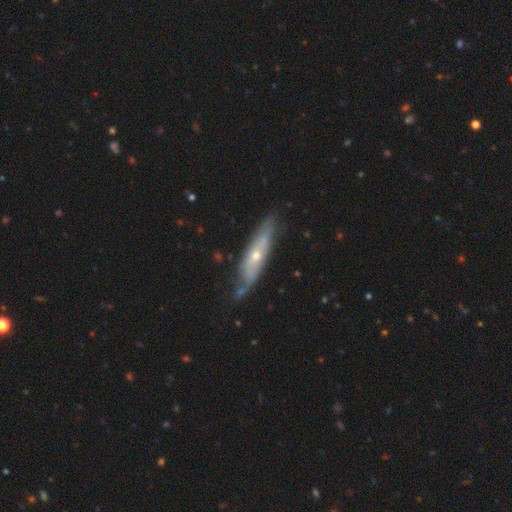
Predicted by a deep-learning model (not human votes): This is likely a featured or disk galaxy (62%). It is possibly viewed edge-on (51%). Merging: likely none (66%).